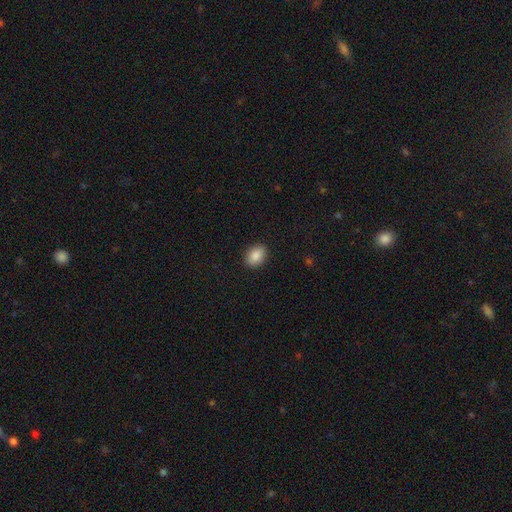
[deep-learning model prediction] Smooth or featured? Predicted: smooth (p=0.88). How rounded? Predicted: in between (p=0.79). Merging? Predicted: none (p=0.90).